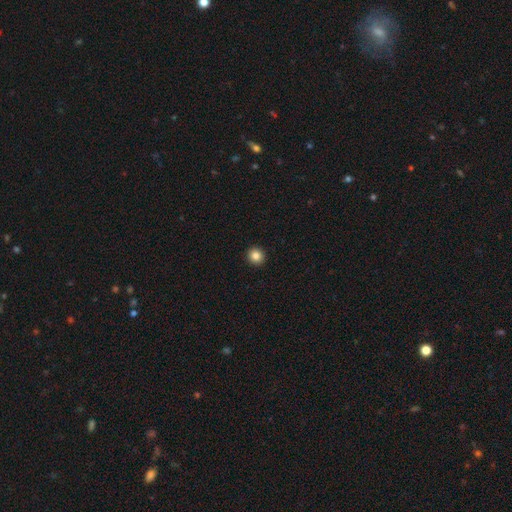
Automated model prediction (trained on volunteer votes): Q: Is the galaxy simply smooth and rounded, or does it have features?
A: smooth — 84%.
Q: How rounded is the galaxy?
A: round — 93%.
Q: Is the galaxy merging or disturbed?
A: none — 94%.